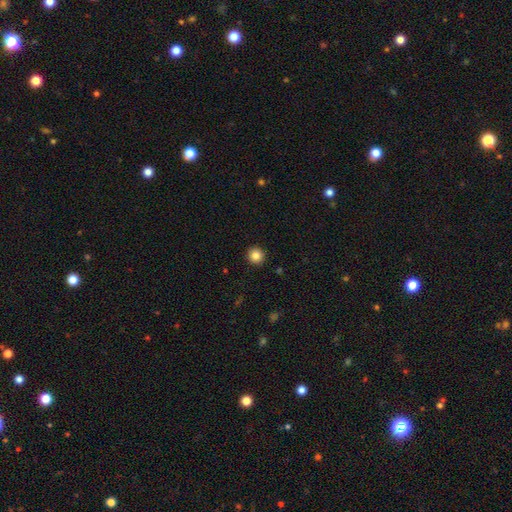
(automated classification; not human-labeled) Overall: smooth (85%). How rounded: round (95%). Merging: none (93%).